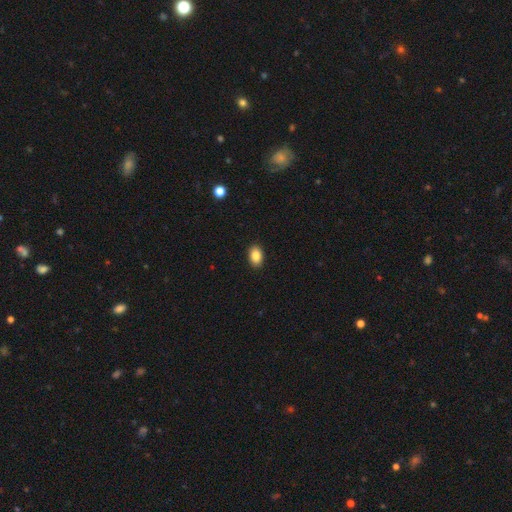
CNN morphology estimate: smooth_or_featured: smooth (p=0.87) [alt: star or artifact p=0.08]
how_rounded: in between (p=0.88) [alt: round p=0.11]
merging: none (p=0.91) [alt: minor disturbance p=0.07]